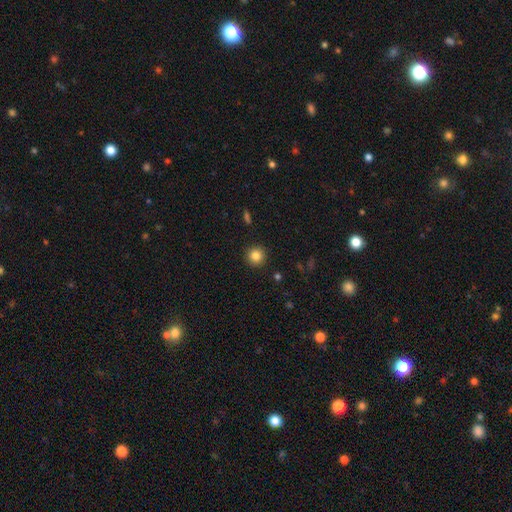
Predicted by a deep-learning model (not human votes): smooth-or-featured: smooth: 84% | star or artifact: 11% | featured or disk: 5%
  how-rounded: round: 94% | in between: 5% | cigar-shaped: 1%
  merging: none: 92% | minor disturbance: 5% | major disturbance: 2% | merger: 1%